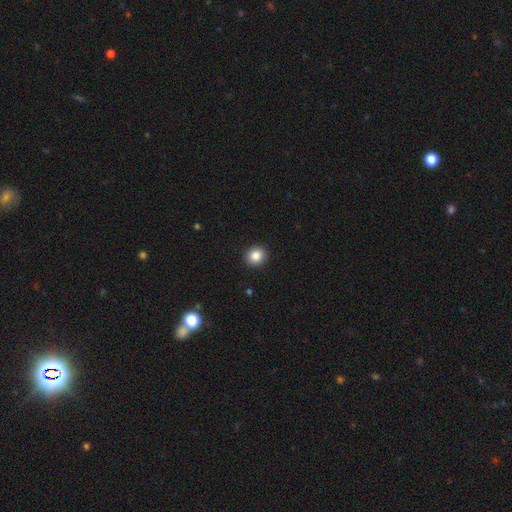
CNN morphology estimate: This appears to be a smooth galaxy with no disk features (85%) that is round (85%). Merging: none (92%).